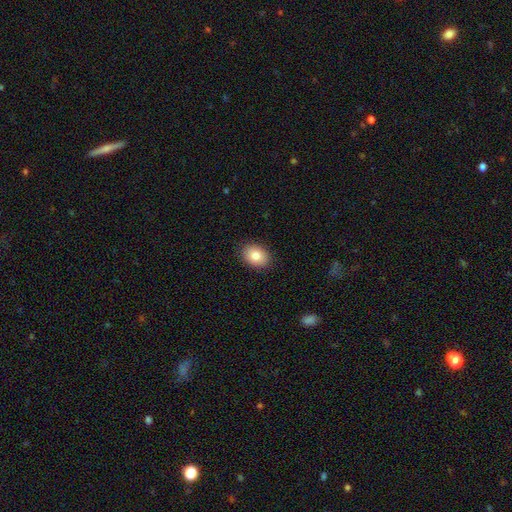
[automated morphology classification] A smooth galaxy with no disk features (82%) that is in between round and cigar-shaped (67%).

Vote fractions:
- Smooth or featured? smooth: 82% / featured or disk: 10% / star or artifact: 8%
- How rounded? in between: 67% / round: 32% / cigar-shaped: 1%
- Merging? none: 89% / minor disturbance: 8% / major disturbance: 2% / merger: 1%